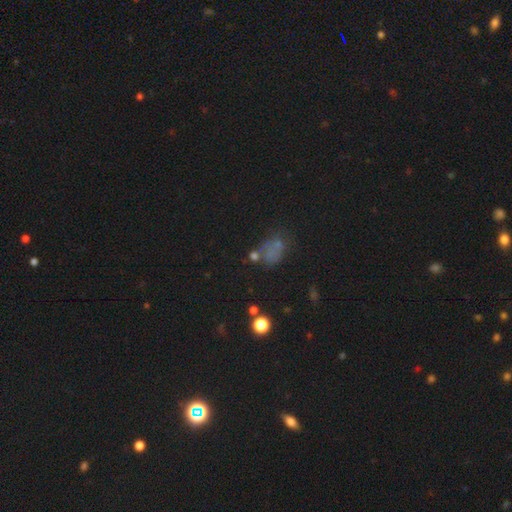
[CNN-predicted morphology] Overall: smooth (48%; star or artifact 35%). Merging: none (45%; minor disturbance 20%).